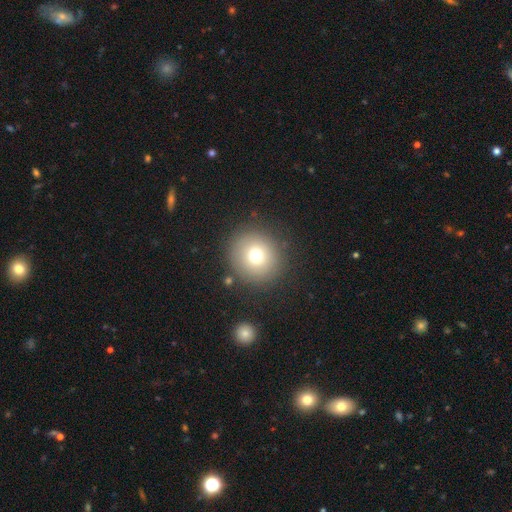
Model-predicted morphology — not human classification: The model was most divided on "smooth or featured": smooth: 72%, star or artifact: 14%, featured or disk: 13%. More confident: how rounded — round (93%); merging — none (86%).